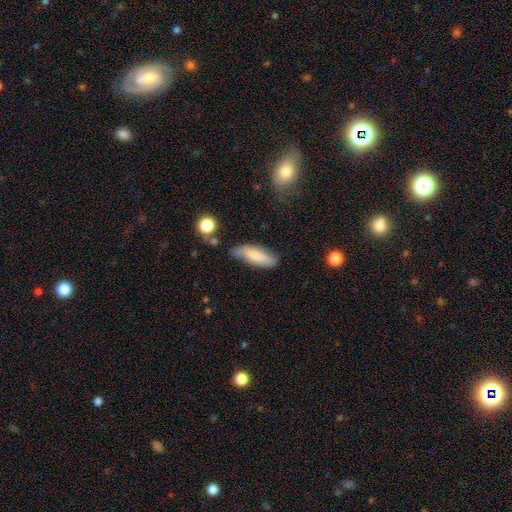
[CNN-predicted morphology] smooth-or-featured: smooth: 74% | featured or disk: 20% | star or artifact: 7%
  how-rounded: in between: 63% | cigar-shaped: 35% | round: 2%
  merging: none: 64% | minor disturbance: 26% | major disturbance: 6% | merger: 4%